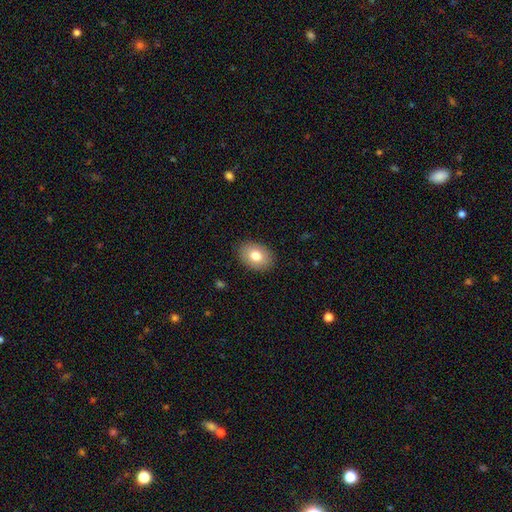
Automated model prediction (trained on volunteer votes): A smooth galaxy with no disk features (78%) that is in between round and cigar-shaped (76%). Merging: none (88%).